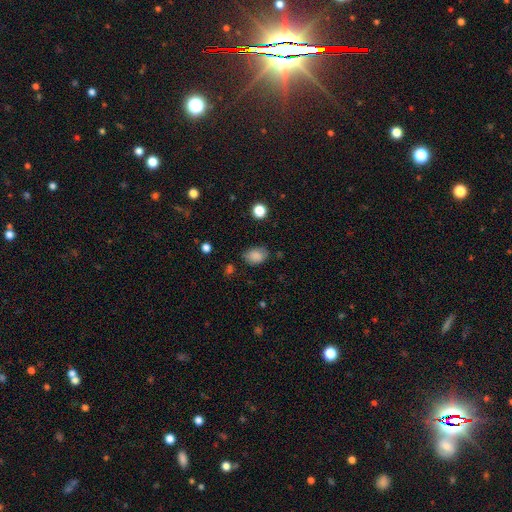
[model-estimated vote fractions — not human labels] Smooth or featured? smooth (85%)
How rounded? in between (77%)
Merging? none (75%)